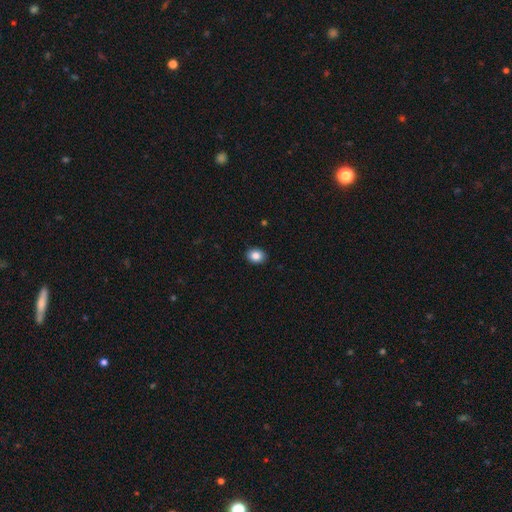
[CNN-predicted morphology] The model was most divided on "how rounded": in between: 52%, round: 47%, cigar-shaped: 1%. More confident: merging — none (91%); smooth or featured — smooth (86%).